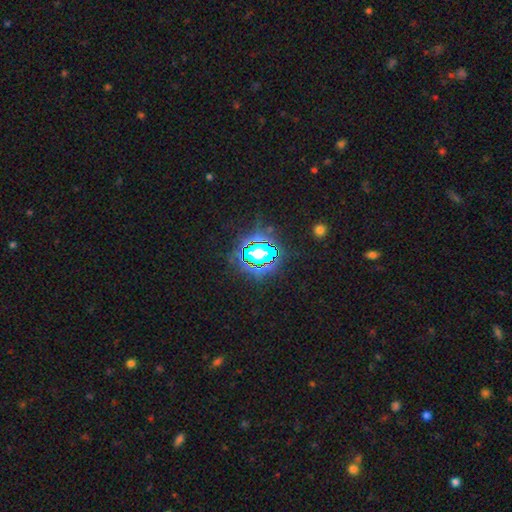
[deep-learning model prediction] Q: Smooth or featured?
A: star or artifact (79%); runner-up: smooth (13%)